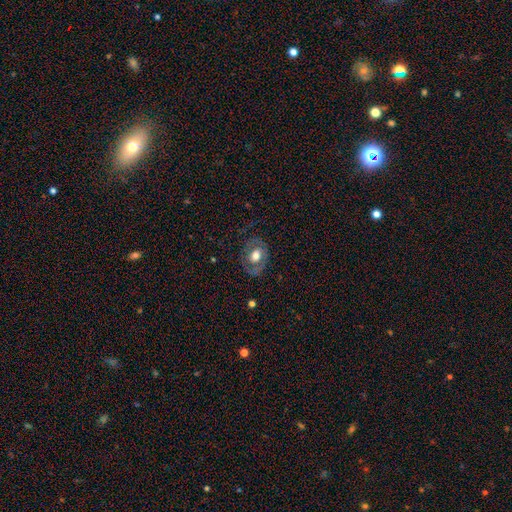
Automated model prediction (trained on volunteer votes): smooth_or_featured: featured or disk (p=0.47) [alt: smooth p=0.46]
merging: none (p=0.70) [alt: minor disturbance p=0.18]